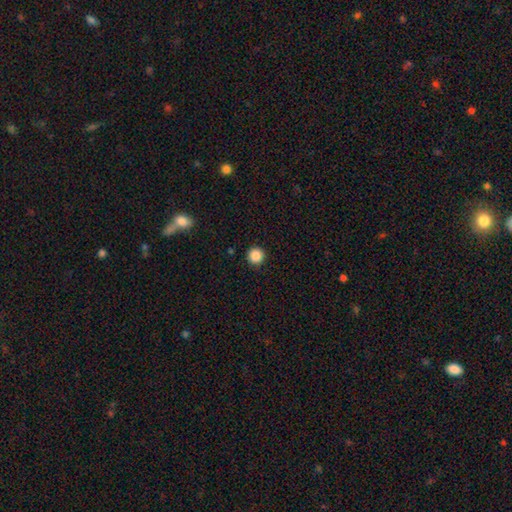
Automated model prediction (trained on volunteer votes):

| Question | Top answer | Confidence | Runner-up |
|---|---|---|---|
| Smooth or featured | smooth | 87% | star or artifact (10%) |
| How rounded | round | 96% | in between (3%) |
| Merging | none | 93% | minor disturbance (4%) |